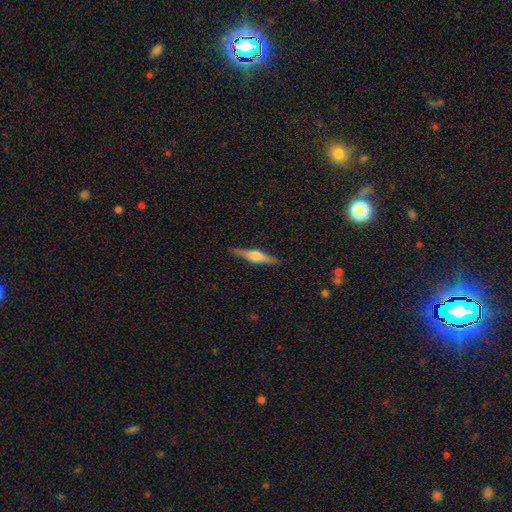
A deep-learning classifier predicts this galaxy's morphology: smooth-or-featured: featured or disk: 68% | smooth: 26% | star or artifact: 6%
  disk-edge-on: yes: 98% | no: 2%
    edge-on-bulge: rounded: 88% | boxy: 9% | none: 3%
  merging: none: 90% | minor disturbance: 7% | major disturbance: 2% | merger: 1%